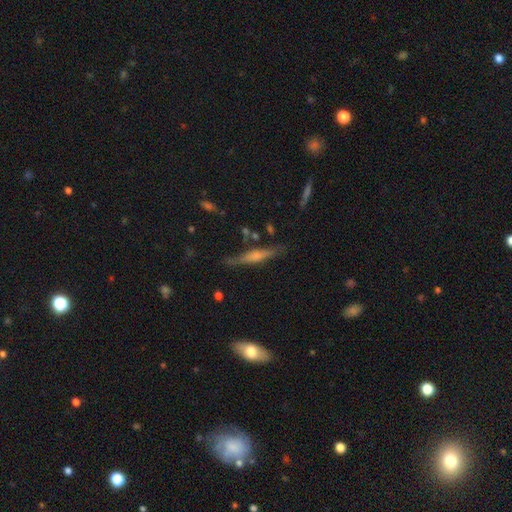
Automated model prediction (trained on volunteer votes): A featured or disk galaxy (55%) viewed edge-on (94%) with a rounded central bulge (56%). Merging: none (76%).